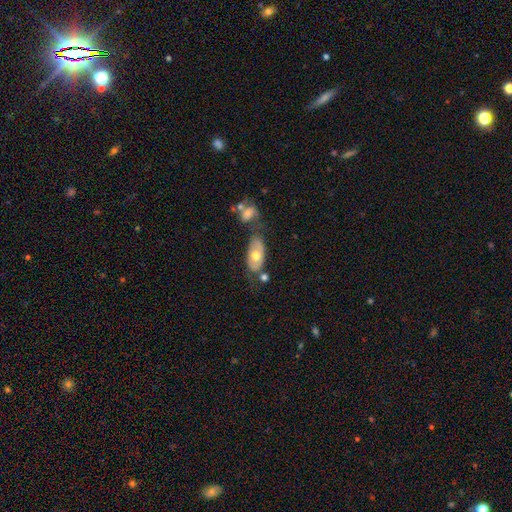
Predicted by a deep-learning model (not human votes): smooth-or-featured: smooth: 53% | featured or disk: 42% | star or artifact: 6%
  how-rounded: in between: 90% | round: 5% | cigar-shaped: 4%
  merging: none: 49% | merger: 22% | minor disturbance: 20% | major disturbance: 9%